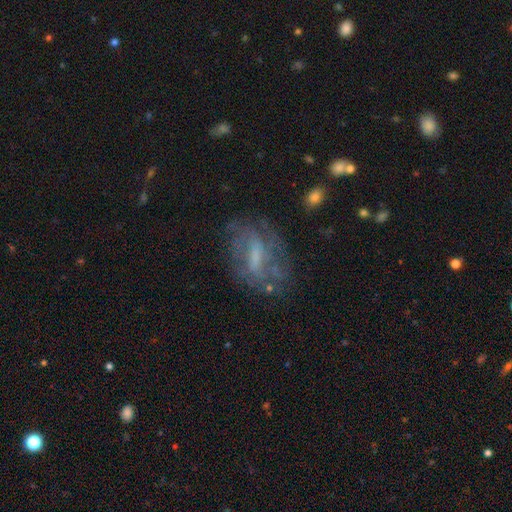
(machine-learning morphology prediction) smooth_or_featured: featured or disk (p=0.62) [alt: smooth p=0.27]
disk_edge_on: no (p=0.90) [alt: yes p=0.10]
bar: weak (p=0.46) [alt: strong p=0.30]
has_spiral_arms: yes (p=0.61) [alt: no p=0.39]
bulge_size: none (p=0.32) [alt: small p=0.31]
merging: none (p=0.61) [alt: minor disturbance p=0.21]